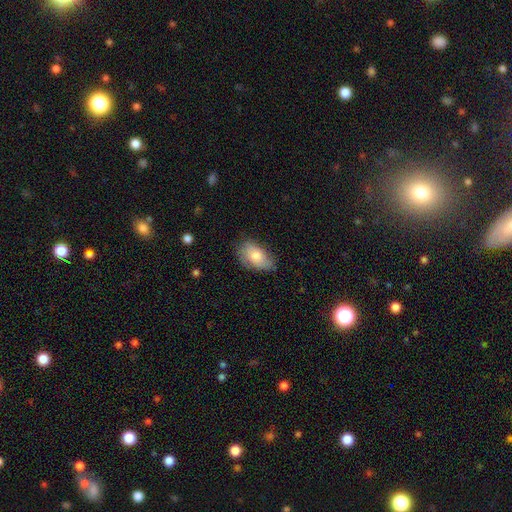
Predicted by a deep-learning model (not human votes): The model was most divided on "merging": none: 66%, minor disturbance: 27%, major disturbance: 6%, merger: 1%. More confident: how rounded — in between (92%); smooth or featured — smooth (75%).